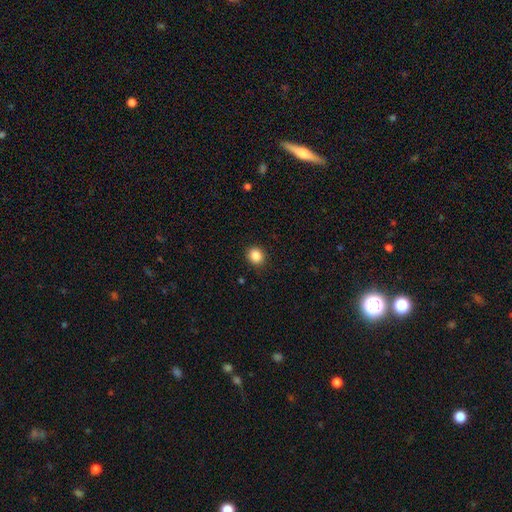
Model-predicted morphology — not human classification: smooth-or-featured: smooth: 85% | star or artifact: 11% | featured or disk: 4%
  how-rounded: round: 77% | in between: 22% | cigar-shaped: 1%
  merging: none: 90% | minor disturbance: 7% | major disturbance: 2% | merger: 1%